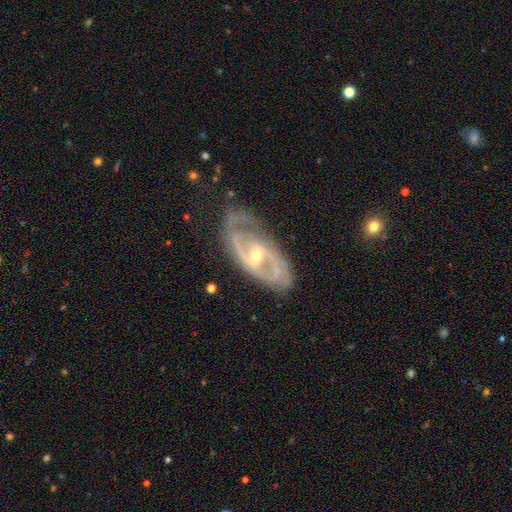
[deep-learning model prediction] smooth_or_featured: featured or disk (p=0.87) [alt: smooth p=0.07]
disk_edge_on: no (p=0.93) [alt: yes p=0.07]
bar: weak (p=0.41) [alt: no p=0.35]
has_spiral_arms: yes (p=0.92) [alt: no p=0.08]
spiral_winding: tight (p=0.47) [alt: medium p=0.41]
spiral_arm_count: 2 (p=0.70) [alt: can't tell p=0.16]
bulge_size: small (p=0.52) [alt: moderate p=0.45]
merging: none (p=0.69) [alt: minor disturbance p=0.21]